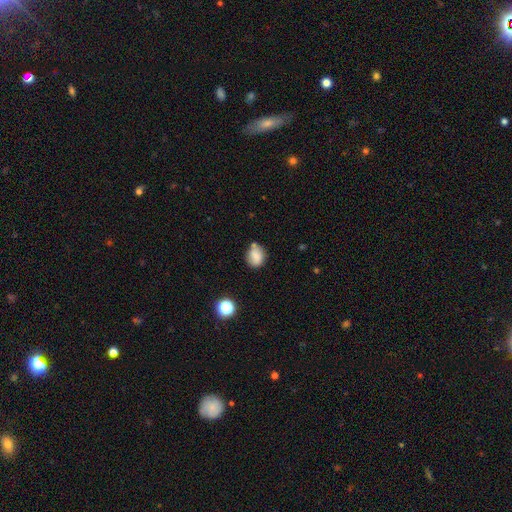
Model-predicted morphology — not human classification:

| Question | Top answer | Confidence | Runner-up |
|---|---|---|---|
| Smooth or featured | smooth | 80% | star or artifact (11%) |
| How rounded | round | 56% | in between (43%) |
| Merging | none | 64% | minor disturbance (21%) |